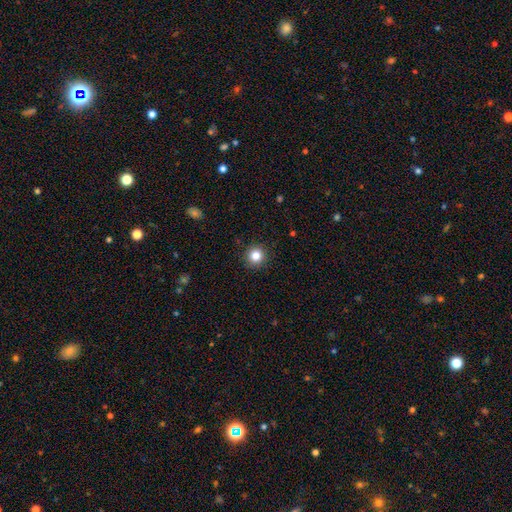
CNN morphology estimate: smooth 83%, star or artifact 11%, featured or disk 5%. Down the decision tree: how rounded — round (94%); merging — none (92%).